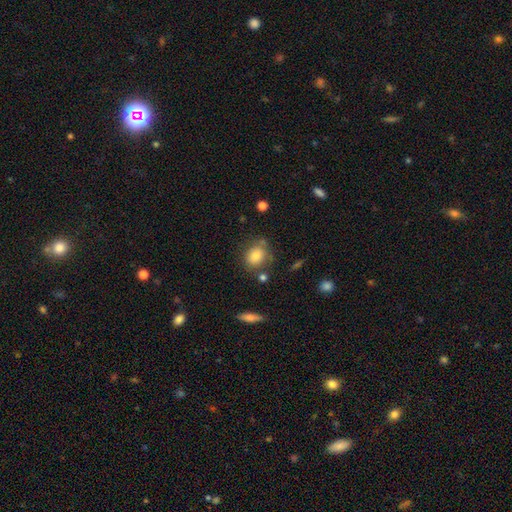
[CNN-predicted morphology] type=smooth (81%); roundness=round (51%); merging=none (65%).